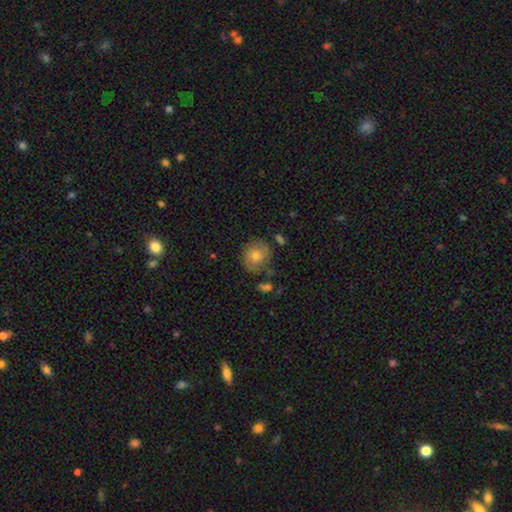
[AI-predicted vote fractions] Smooth or featured: smooth — 62% (featured or disk — 27%)
How rounded: round — 82% (in between — 17%)
Merging: none — 73% (minor disturbance — 17%)